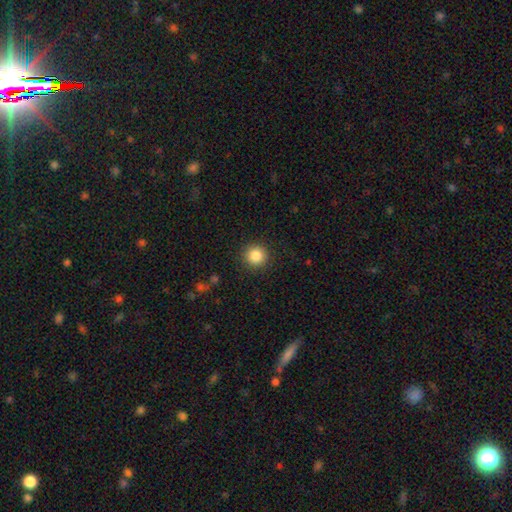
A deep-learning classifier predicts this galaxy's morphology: This appears to be a smooth galaxy with no disk features (85%) that is round (94%). Merging: none (90%).